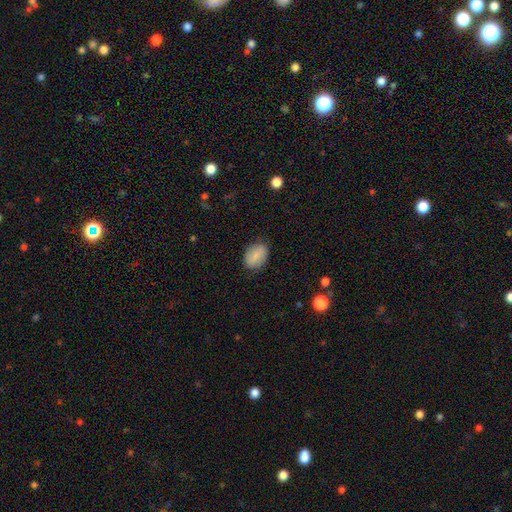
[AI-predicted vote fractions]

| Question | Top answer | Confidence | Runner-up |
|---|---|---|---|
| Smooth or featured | smooth | 76% | featured or disk (16%) |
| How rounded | in between | 80% | round (18%) |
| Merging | none | 84% | minor disturbance (12%) |